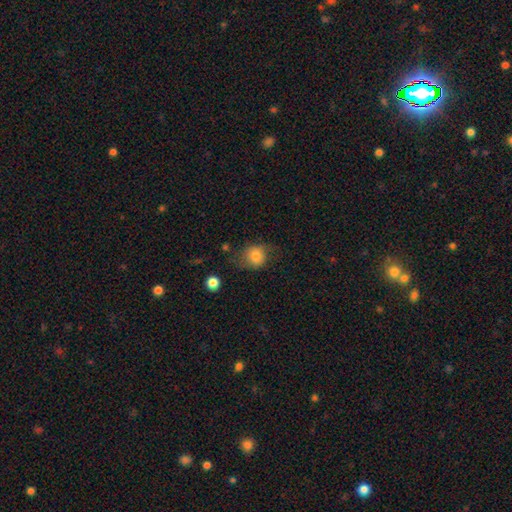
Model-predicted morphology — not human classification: Smooth or featured: smooth — 77% (featured or disk — 13%)
How rounded: round — 75% (in between — 24%)
Merging: none — 59% (minor disturbance — 25%)